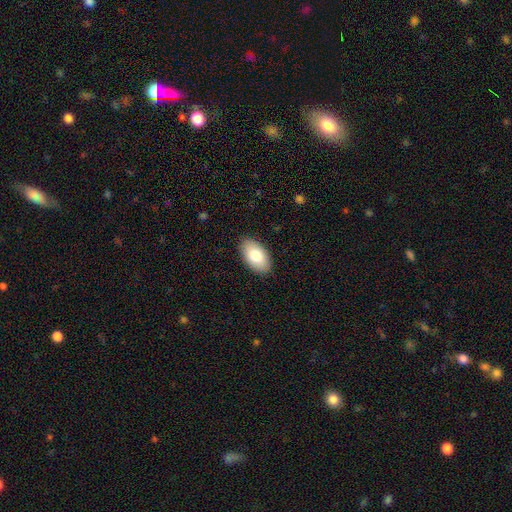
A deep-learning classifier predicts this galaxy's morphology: Overall: smooth (78%). How rounded: in between (95%). Merging: none (88%).